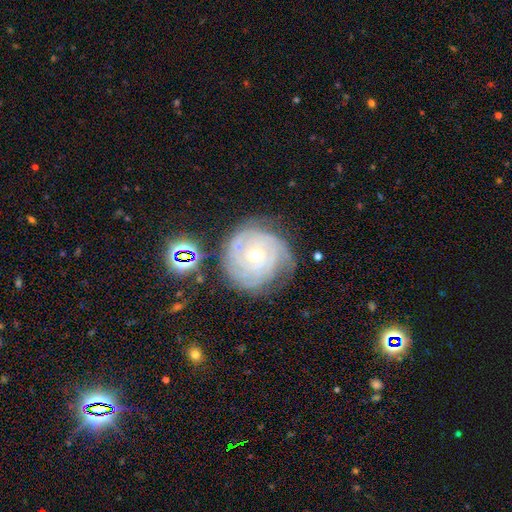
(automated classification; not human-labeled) Smooth or featured: featured or disk — 84% (smooth — 9%)
Edge-on disk: no — 97% (yes — 3%)
Bar: no — 76% (weak — 18%)
Spiral arms: yes — 96% (no — 4%)
Spiral winding: tight — 85% (medium — 12%)
Spiral arm count: can't tell — 32% (3 — 21%)
Bulge size: small — 49% (moderate — 48%)
Merging: none — 69% (minor disturbance — 19%)